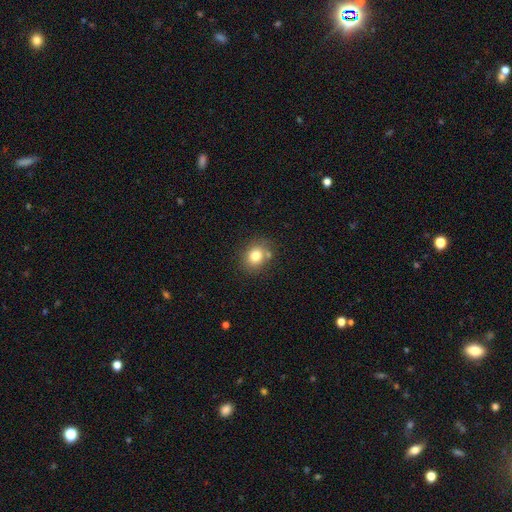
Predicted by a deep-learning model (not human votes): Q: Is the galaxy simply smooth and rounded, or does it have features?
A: smooth — 79%.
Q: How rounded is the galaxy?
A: round — 67%.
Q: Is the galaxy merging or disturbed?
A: none — 70%.